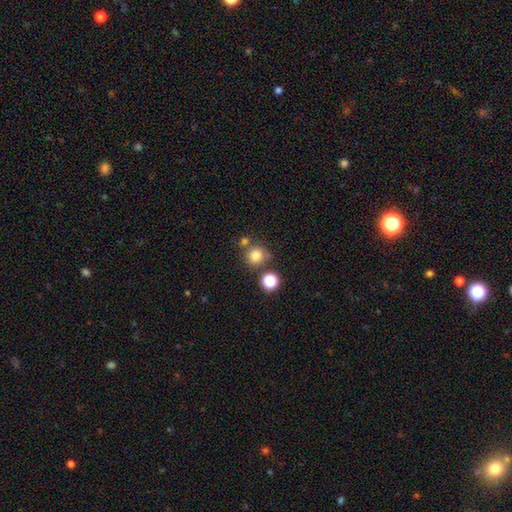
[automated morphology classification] Smooth or featured? smooth (78%)
How rounded? round (90%)
Merging? none (70%)